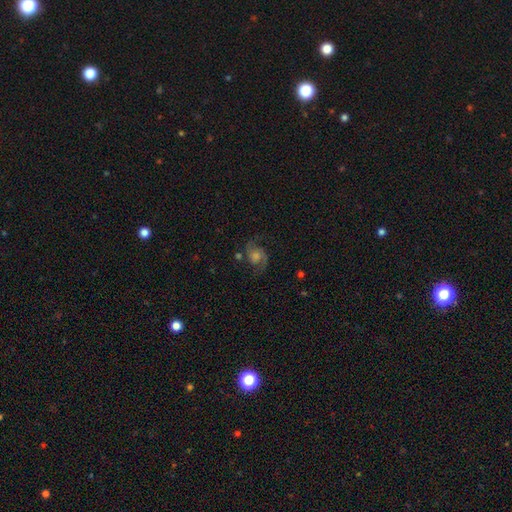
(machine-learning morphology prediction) This appears to be a featured or disk galaxy (81%) with no bar (64%), 2 (92%) medium (55%) spiral arms (97%) and a moderate central bulge (44%). Merging: none (76%).